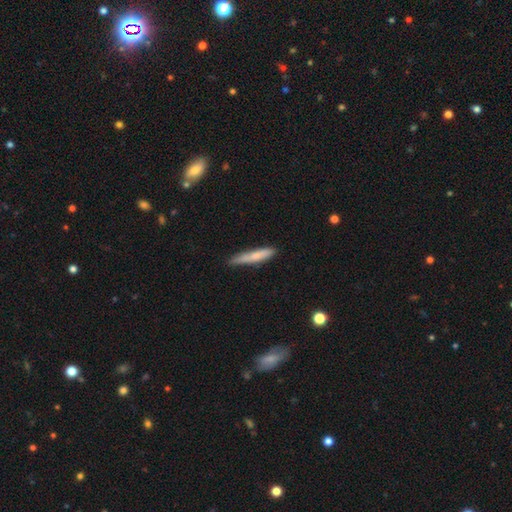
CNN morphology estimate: smooth-or-featured: smooth: 70% | featured or disk: 24% | star or artifact: 6%
  how-rounded: cigar-shaped: 90% | in between: 9% | round: 1%
  merging: none: 74% | minor disturbance: 21% | major disturbance: 3% | merger: 2%